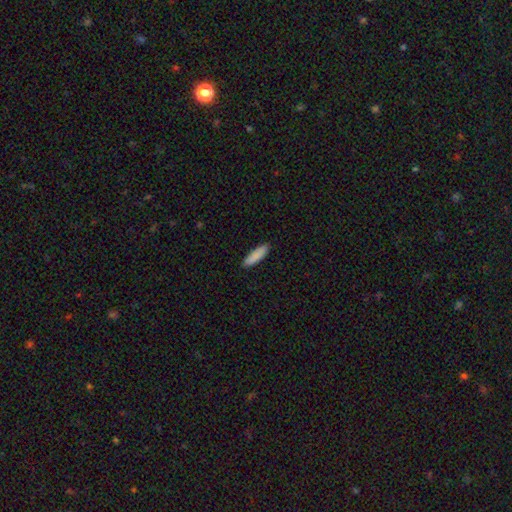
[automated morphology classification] This is clearly a smooth galaxy (88%). How rounded: likely cigar-shaped (67%). Merging: clearly none (89%).